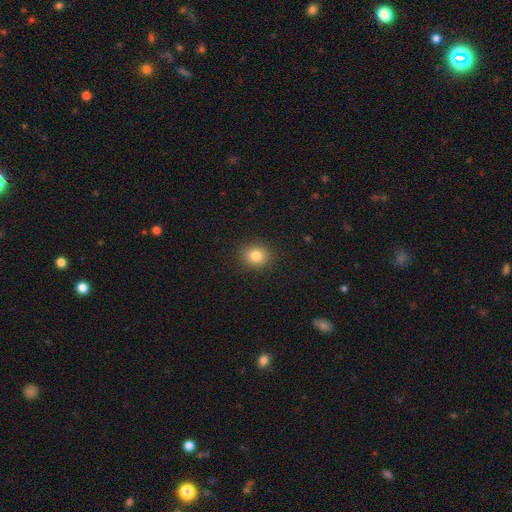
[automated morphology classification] Q: Smooth or featured?
A: smooth (82%); runner-up: star or artifact (11%)
Q: How rounded?
A: round (74%); runner-up: in between (25%)
Q: Merging?
A: none (90%); runner-up: minor disturbance (7%)